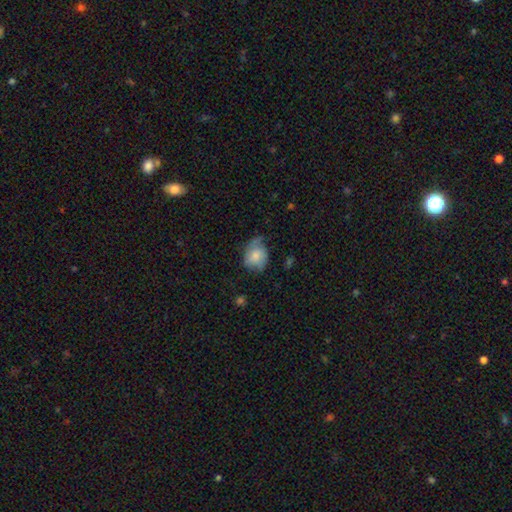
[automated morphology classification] smooth_or_featured: smooth (p=0.71) [alt: featured or disk p=0.22]
how_rounded: in between (p=0.50) [alt: round p=0.49]
merging: none (p=0.44) [alt: minor disturbance p=0.39]